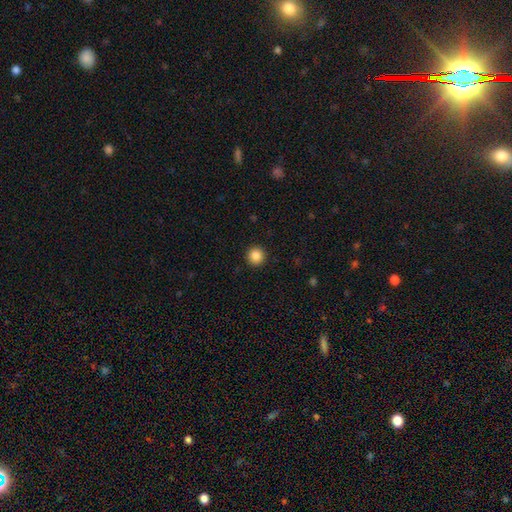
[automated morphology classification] Smooth or featured? Predicted: smooth (p=0.87). How rounded? Predicted: round (p=0.95). Merging? Predicted: none (p=0.93).